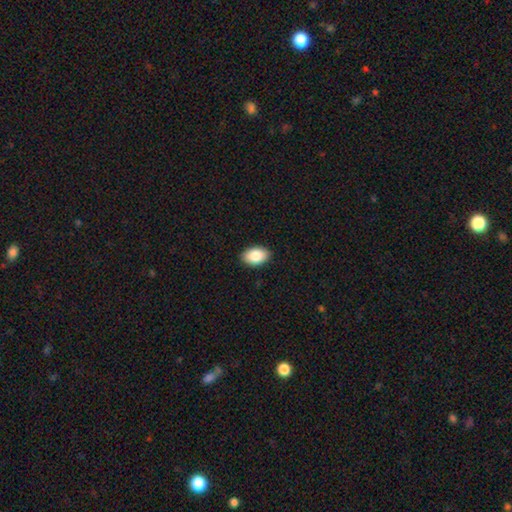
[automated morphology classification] The model was most divided on "smooth or featured": smooth: 87%, star or artifact: 7%, featured or disk: 7%. More confident: how rounded — in between (91%); merging — none (90%).